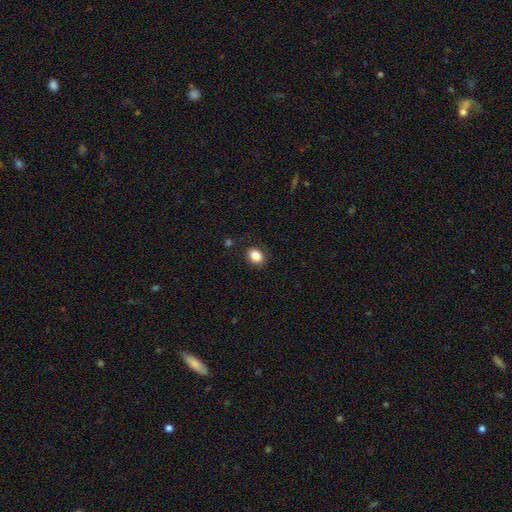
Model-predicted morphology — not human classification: smooth-or-featured: smooth: 87% | star or artifact: 9% | featured or disk: 4%
  how-rounded: in between: 64% | round: 35% | cigar-shaped: 1%
  merging: none: 86% | minor disturbance: 10% | major disturbance: 3% | merger: 1%